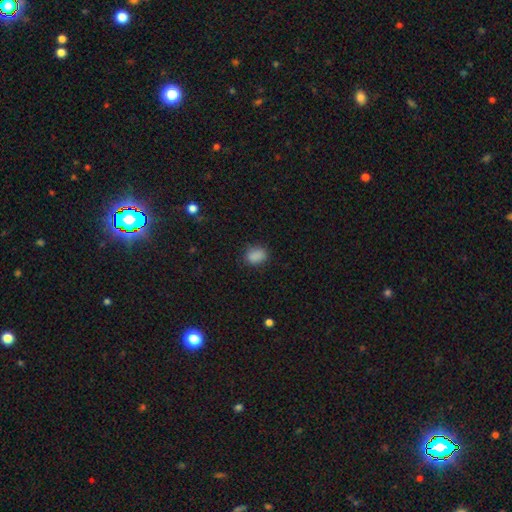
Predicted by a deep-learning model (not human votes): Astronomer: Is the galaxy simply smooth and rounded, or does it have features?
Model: smooth — 86%.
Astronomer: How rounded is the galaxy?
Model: in between — 71%.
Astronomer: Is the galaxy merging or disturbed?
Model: none — 79%.